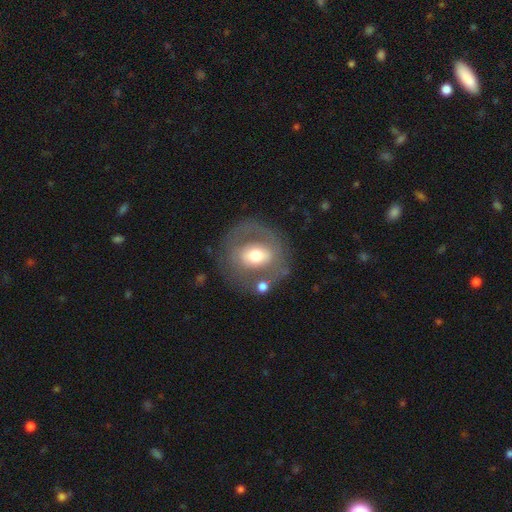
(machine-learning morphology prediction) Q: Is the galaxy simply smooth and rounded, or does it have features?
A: featured or disk — 52%.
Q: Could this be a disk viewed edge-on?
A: no — 95%.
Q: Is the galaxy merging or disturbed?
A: none — 64%.